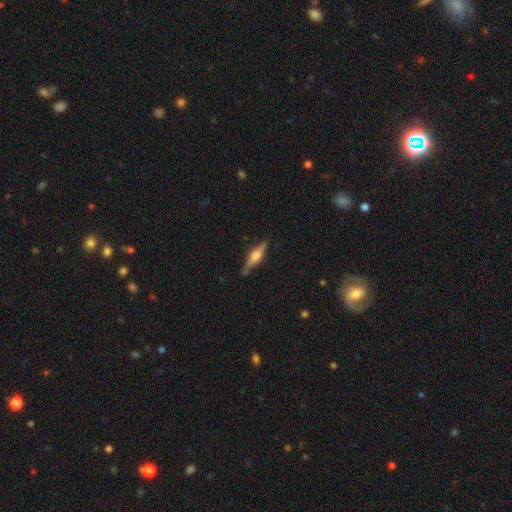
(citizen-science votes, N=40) Overall: featured or disk (75%). Edge-on disk: yes (100%). Edge-on bulge: rounded (93%). Merging: none (97%).